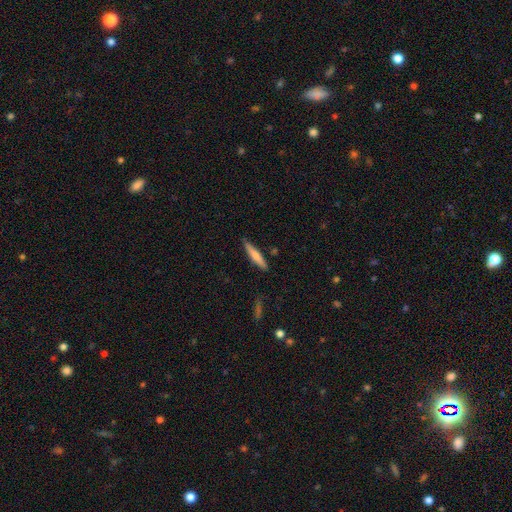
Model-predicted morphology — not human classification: This is likely a smooth galaxy (68%). How rounded: clearly cigar-shaped (90%). Merging: clearly none (86%).